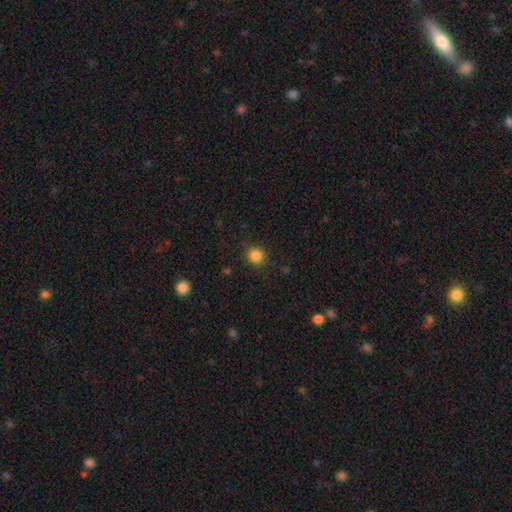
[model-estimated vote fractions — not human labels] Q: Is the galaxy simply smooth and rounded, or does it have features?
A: smooth — 85%.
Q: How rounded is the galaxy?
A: round — 88%.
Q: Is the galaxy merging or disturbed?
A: none — 89%.